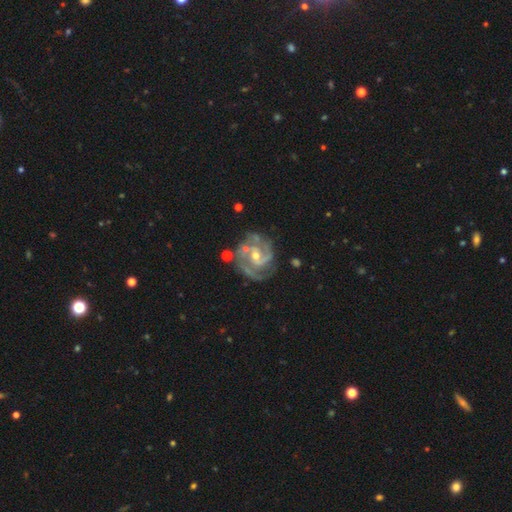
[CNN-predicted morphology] Smooth or featured? Predicted: featured or disk (p=0.91). Edge-on disk? Predicted: no (p=0.98). Bar? Predicted: no (p=0.45). Spiral arms? Predicted: yes (p=0.97). Spiral winding? Predicted: tight (p=0.49). Spiral arm count? Predicted: 2 (p=0.50). Bulge size? Predicted: moderate (p=0.49). Merging? Predicted: none (p=0.63).